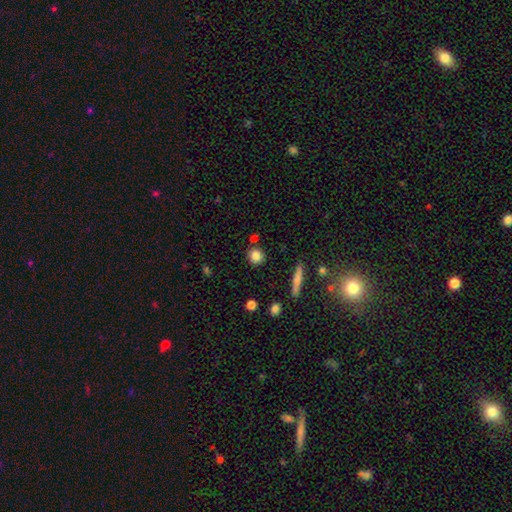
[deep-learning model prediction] Smooth or featured: smooth — 83% (star or artifact — 10%)
How rounded: round — 86% (in between — 12%)
Merging: none — 82% (minor disturbance — 9%)